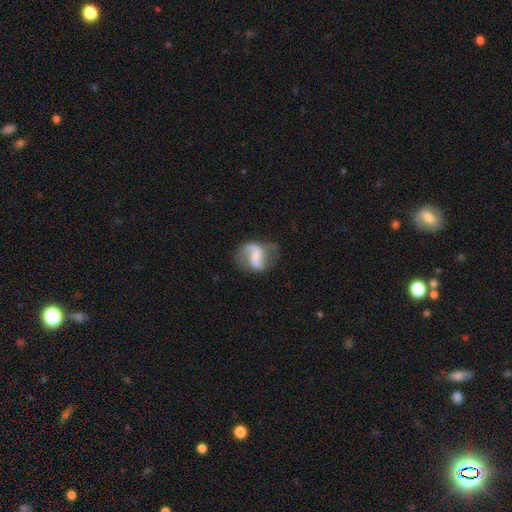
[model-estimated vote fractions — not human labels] smooth_or_featured: featured or disk (p=0.72) [alt: smooth p=0.21]
disk_edge_on: no (p=0.98) [alt: yes p=0.02]
bar: weak (p=0.40) [alt: strong p=0.36]
has_spiral_arms: yes (p=0.88) [alt: no p=0.12]
spiral_winding: loose (p=0.66) [alt: medium p=0.27]
spiral_arm_count: 2 (p=0.82) [alt: 1 p=0.11]
bulge_size: none (p=0.40) [alt: small p=0.31]
merging: none (p=0.57) [alt: minor disturbance p=0.23]